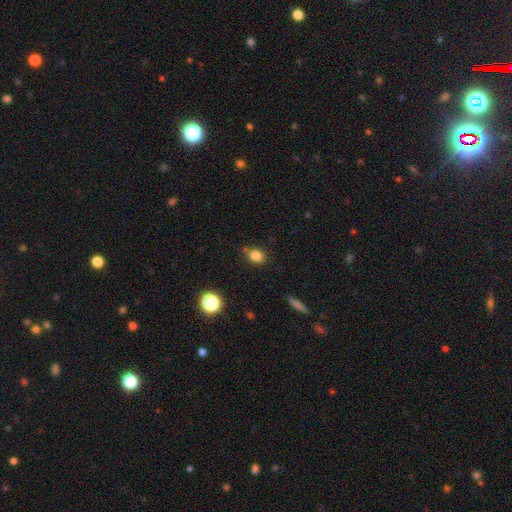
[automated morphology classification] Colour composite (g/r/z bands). It shows a smooth galaxy with no disk features (82%) that is round (50%). Merging: none (74%).